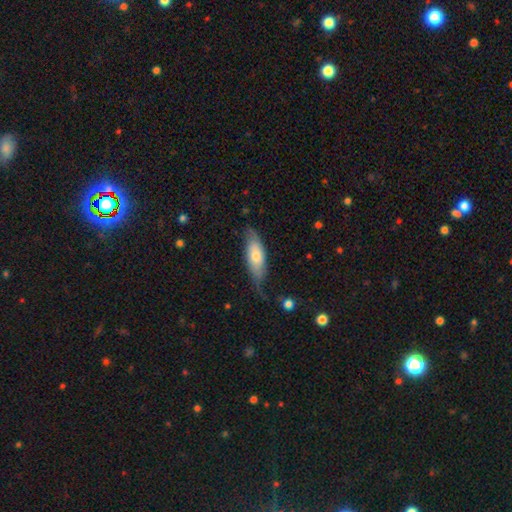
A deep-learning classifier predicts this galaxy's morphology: Smooth or featured: smooth — 61% (featured or disk — 34%)
How rounded: in between — 68% (cigar-shaped — 29%)
Merging: none — 54% (minor disturbance — 32%)